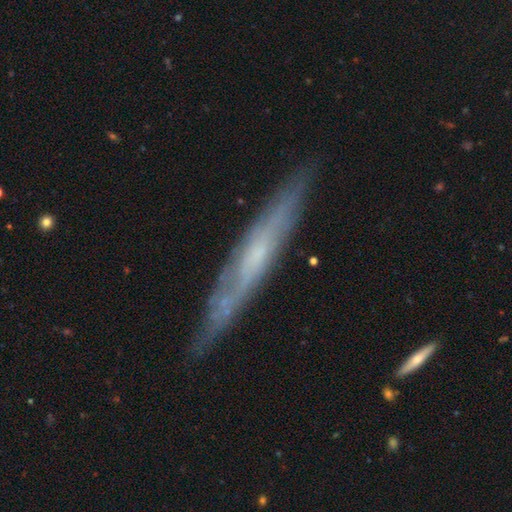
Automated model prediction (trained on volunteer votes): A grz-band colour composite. It shows a featured or disk galaxy (69%) viewed edge-on (78%) with no central bulge (63%). Merging: none (79%).